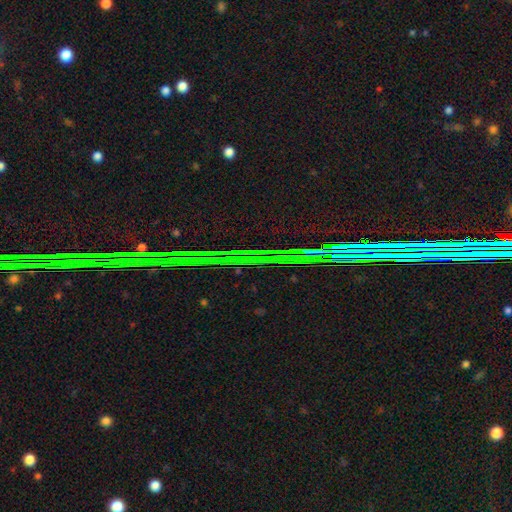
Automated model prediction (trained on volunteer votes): Overall: star or artifact (87%).